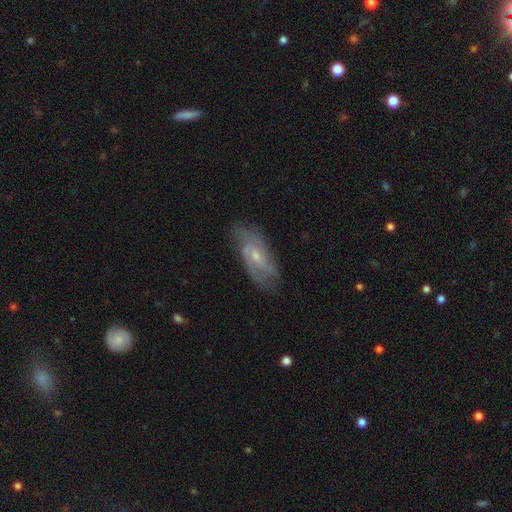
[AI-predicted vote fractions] Smooth or featured: featured or disk — 74% (smooth — 20%)
Edge-on disk: no — 91% (yes — 9%)
Bar: no — 47% (weak — 44%)
Spiral arms: yes — 90% (no — 10%)
Spiral winding: medium — 45% (tight — 33%)
Spiral arm count: 2 — 52% (can't tell — 26%)
Bulge size: small — 56% (moderate — 38%)
Merging: none — 72% (minor disturbance — 20%)